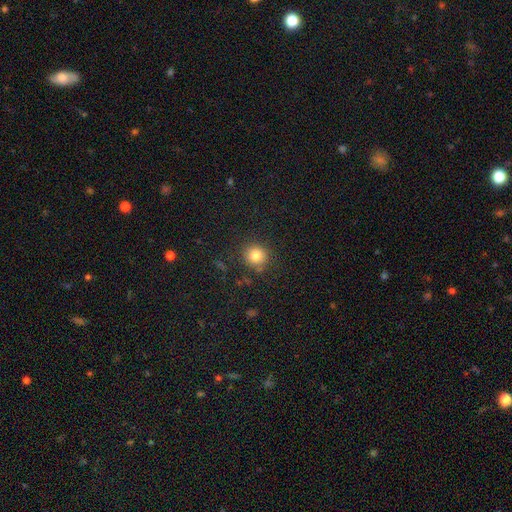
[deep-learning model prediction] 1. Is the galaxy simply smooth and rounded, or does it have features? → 81% smooth, 13% star or artifact, 7% featured or disk.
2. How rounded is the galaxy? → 90% round, 9% in between, 1% cigar-shaped.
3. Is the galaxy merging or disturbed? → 85% none, 9% minor disturbance, 3% major disturbance, 2% merger.